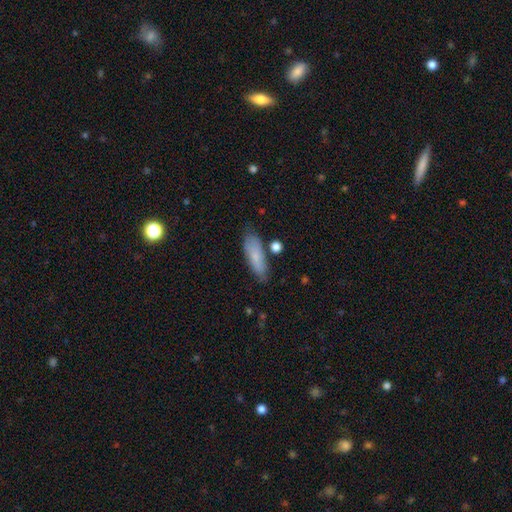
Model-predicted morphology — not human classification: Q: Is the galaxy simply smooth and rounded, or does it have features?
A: smooth — 78%.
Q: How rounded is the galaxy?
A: in between — 60%.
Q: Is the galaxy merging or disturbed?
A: none — 75%.